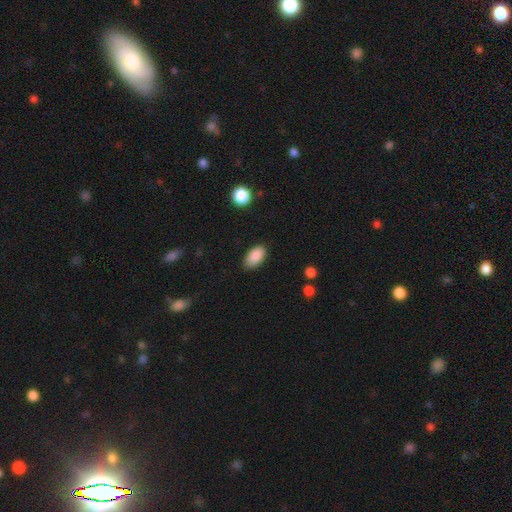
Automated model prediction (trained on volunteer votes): A smooth galaxy with no disk features (88%) that is in between round and cigar-shaped (94%). Merging: none (82%).